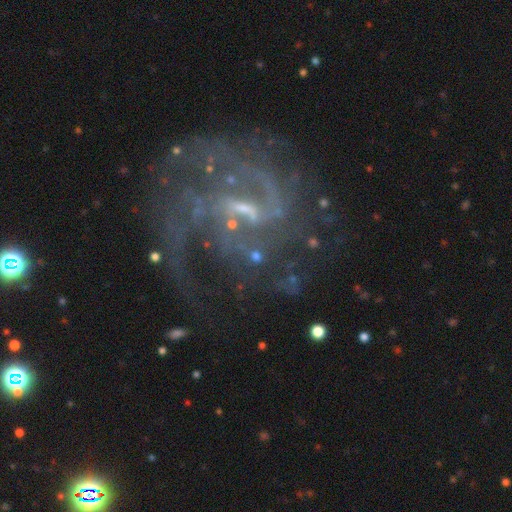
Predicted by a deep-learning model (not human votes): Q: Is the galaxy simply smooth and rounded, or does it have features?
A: featured or disk — 84%.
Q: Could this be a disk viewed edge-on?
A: no — 98%.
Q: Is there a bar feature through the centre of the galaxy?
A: weak — 43%.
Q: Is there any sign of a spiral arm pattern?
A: yes — 94%.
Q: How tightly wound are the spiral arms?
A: medium — 48%.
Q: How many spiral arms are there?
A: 2 — 51%.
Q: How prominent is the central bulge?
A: small — 59%.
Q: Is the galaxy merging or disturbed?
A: none — 52%.